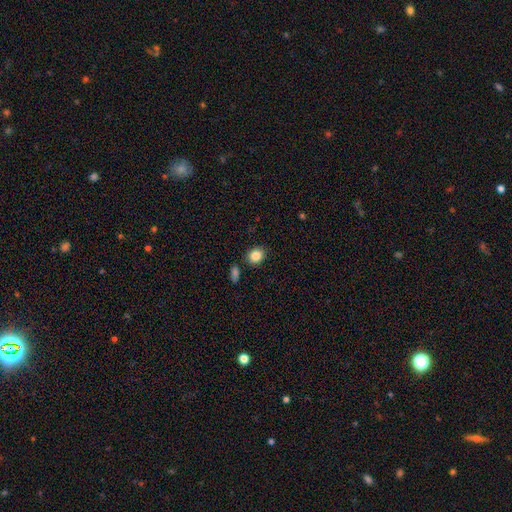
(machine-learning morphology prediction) A smooth galaxy with no disk features (86%) that is round (58%).

Vote fractions:
- Smooth or featured? smooth: 86% / star or artifact: 9% / featured or disk: 5%
- How rounded? round: 58% / in between: 40% / cigar-shaped: 1%
- Merging? none: 83% / minor disturbance: 10% / merger: 5% / major disturbance: 3%